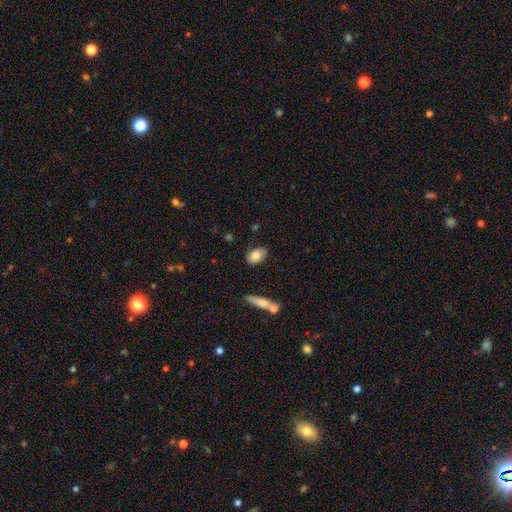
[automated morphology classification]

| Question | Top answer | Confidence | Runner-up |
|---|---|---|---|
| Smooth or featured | smooth | 79% | featured or disk (15%) |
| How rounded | in between | 85% | round (12%) |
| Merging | none | 74% | minor disturbance (19%) |